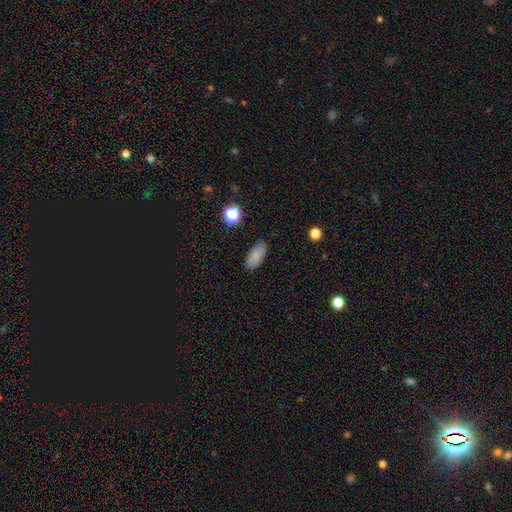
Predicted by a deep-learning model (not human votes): The model was most divided on "smooth or featured": smooth: 84%, star or artifact: 9%, featured or disk: 7%. More confident: merging — none (87%); how rounded — in between (86%).